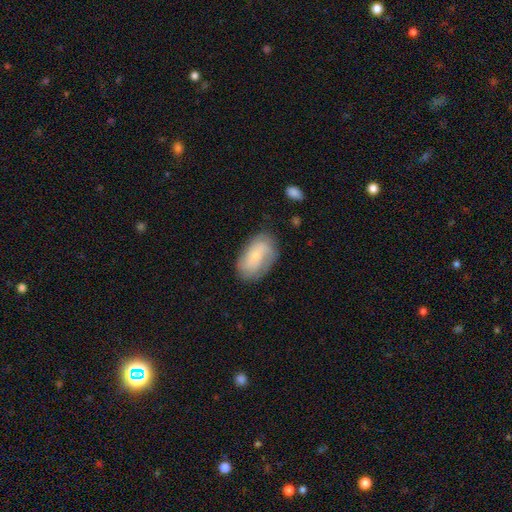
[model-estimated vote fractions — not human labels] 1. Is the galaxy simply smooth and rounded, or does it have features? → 47% smooth, 46% featured or disk, 7% star or artifact.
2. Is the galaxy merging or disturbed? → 69% none, 22% minor disturbance, 7% major disturbance, 2% merger.